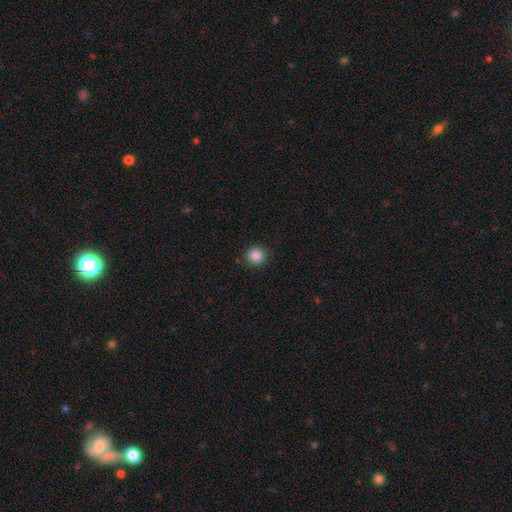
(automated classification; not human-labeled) Q: Smooth or featured?
A: smooth (86%); runner-up: star or artifact (11%)
Q: How rounded?
A: round (92%); runner-up: in between (7%)
Q: Merging?
A: none (91%); runner-up: minor disturbance (6%)